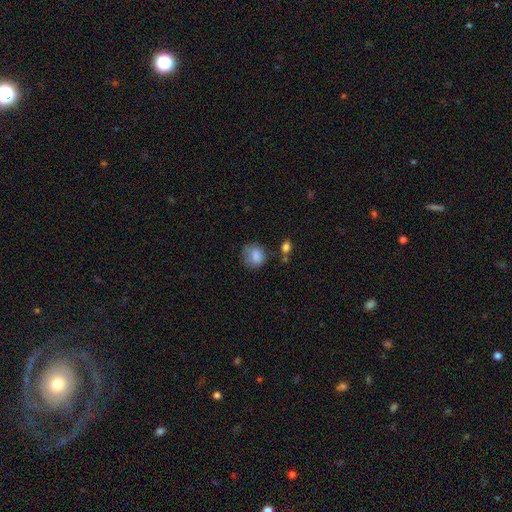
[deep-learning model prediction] A smooth galaxy with no disk features (83%) that is round (73%). Merging: none (60%).